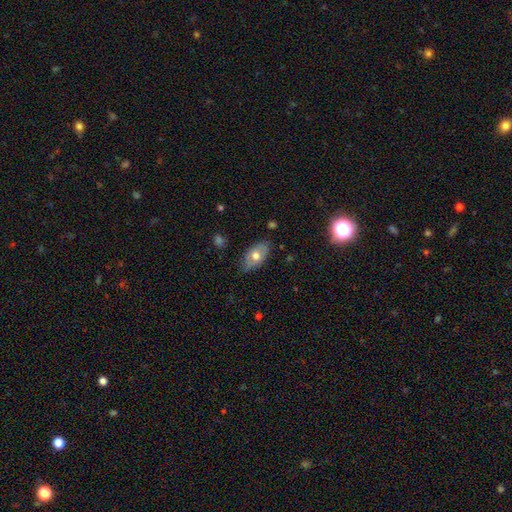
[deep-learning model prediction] smooth_or_featured: smooth (p=0.66) [alt: featured or disk p=0.27]
how_rounded: in between (p=0.92) [alt: round p=0.05]
merging: none (p=0.77) [alt: minor disturbance p=0.18]